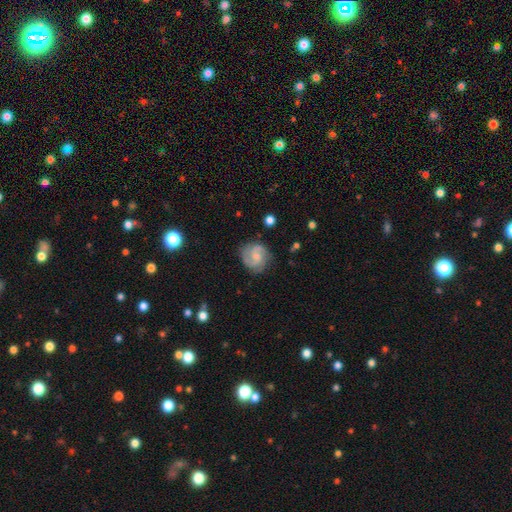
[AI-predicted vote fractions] featured or disk 75%, smooth 19%, star or artifact 6%. Down the decision tree: edge-on disk — no (98%); bar — no (56%); spiral arms — yes (95%); spiral arm count — 2 (78%); spiral winding — medium (49%); bulge size — small (53%); merging — none (79%).